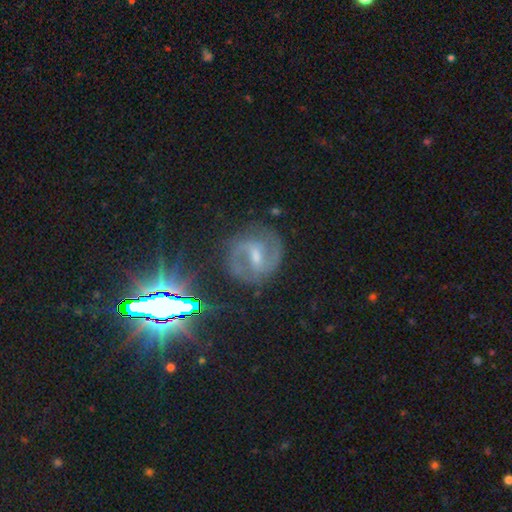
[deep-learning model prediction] This is clearly a featured or disk galaxy (80%). It is clearly not viewed edge-on (97%). Bar: possibly weak (49%). Spiral arm pattern: clearly yes (94%). Spiral arm count: clearly 2 (88%). Spiral winding: possibly medium (56%). Central bulge: marginally small (44%). Merging: likely none (76%).